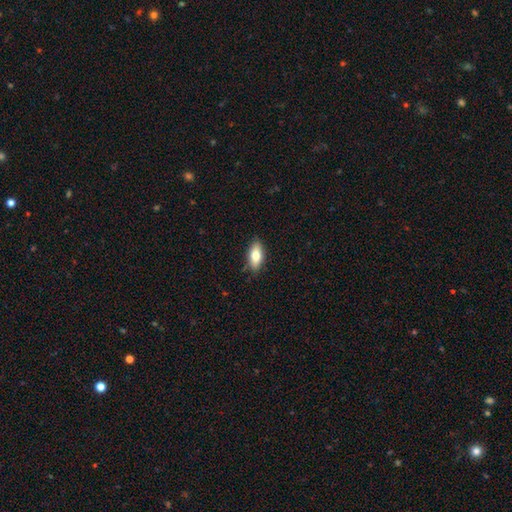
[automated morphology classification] This is likely a smooth galaxy (74%). How rounded: clearly in between (83%). Merging: clearly none (83%).